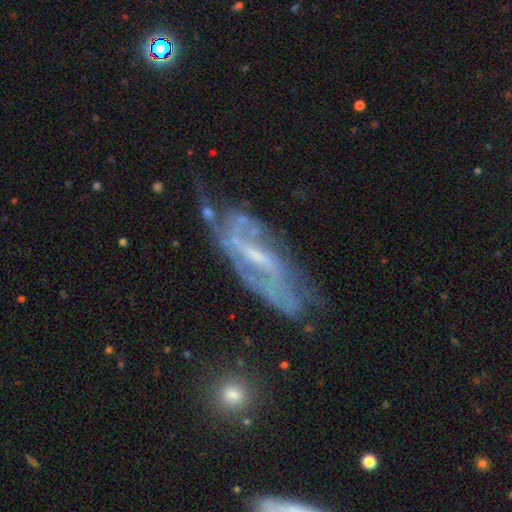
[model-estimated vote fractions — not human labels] Overall: featured or disk (81%). Edge-on disk: no (83%). Bar: weak (46%; strong 32%). Spiral arms: yes (85%). Spiral arm count: 2 (45%; can't tell 36%). Spiral winding: medium (41%; tight 39%). Bulge size: small (53%; moderate 28%). Merging: none (58%; minor disturbance 24%).